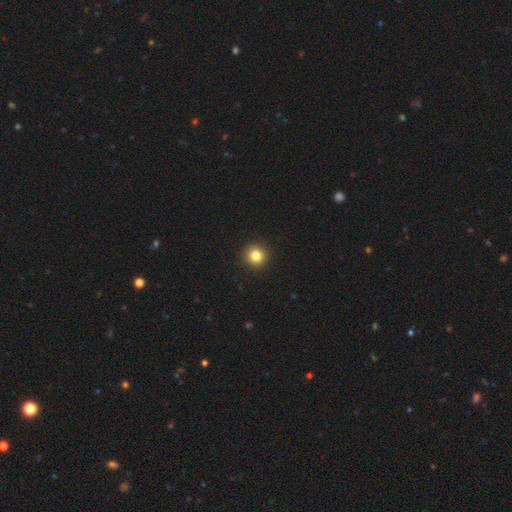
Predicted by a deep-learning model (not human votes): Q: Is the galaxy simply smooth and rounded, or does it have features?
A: smooth — 82%.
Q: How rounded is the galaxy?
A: round — 95%.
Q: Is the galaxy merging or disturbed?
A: none — 94%.